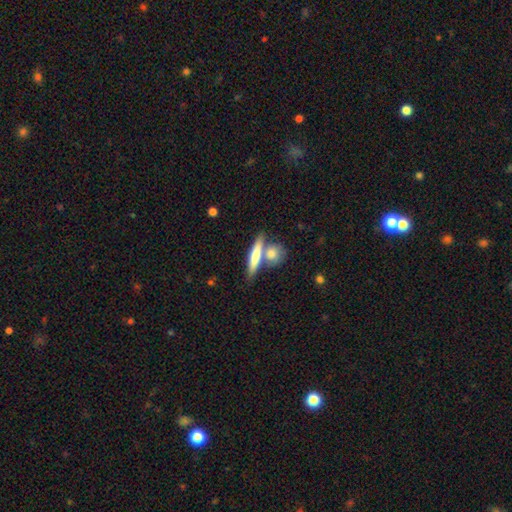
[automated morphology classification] smooth-or-featured: smooth: 66% | featured or disk: 28% | star or artifact: 6%
  how-rounded: cigar-shaped: 72% | in between: 21% | round: 7%
  merging: none: 53% | merger: 33% | minor disturbance: 10% | major disturbance: 4%